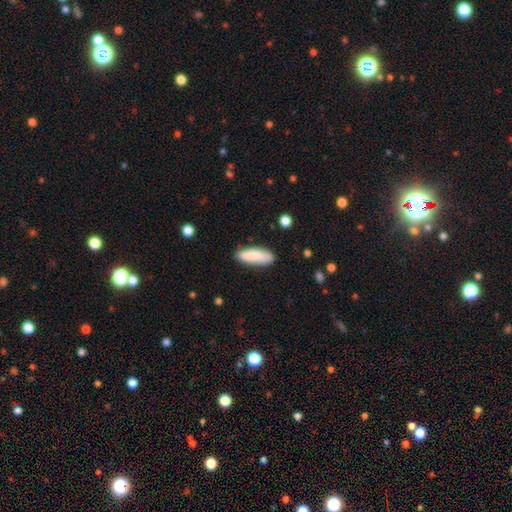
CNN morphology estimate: smooth-or-featured: smooth: 82% | featured or disk: 12% | star or artifact: 6%
  how-rounded: in between: 56% | cigar-shaped: 43% | round: 2%
  merging: none: 77% | minor disturbance: 17% | major disturbance: 3% | merger: 3%